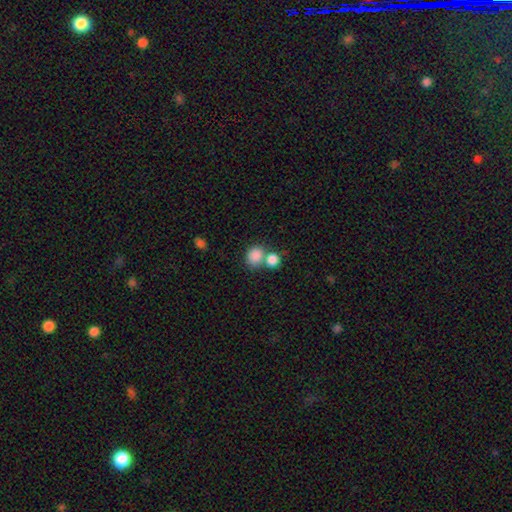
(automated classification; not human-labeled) Smooth or featured? smooth (84%)
How rounded? round (72%)
Merging? none (45%)